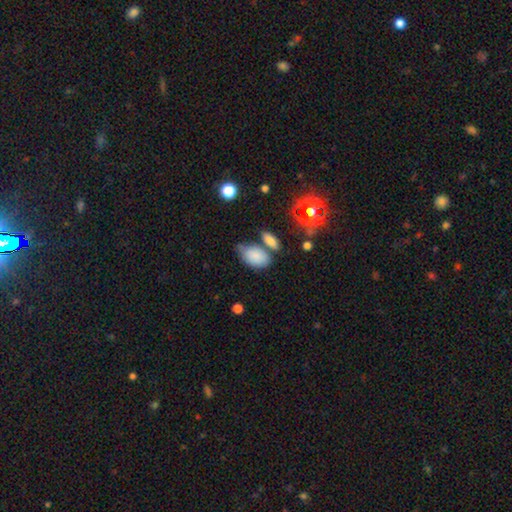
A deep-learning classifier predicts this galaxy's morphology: Smooth or featured: smooth — 82% (featured or disk — 9%)
How rounded: in between — 89% (round — 8%)
Merging: none — 48% (minor disturbance — 23%)